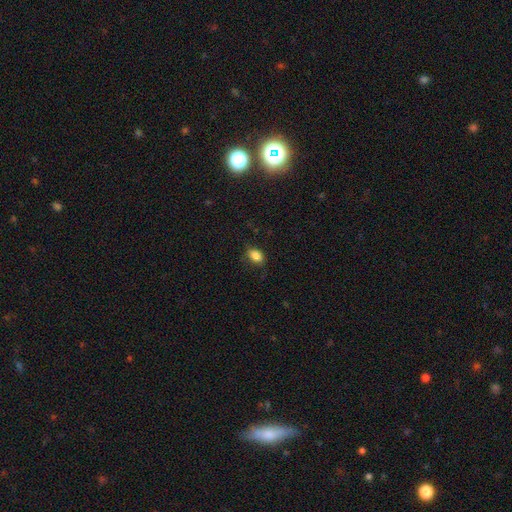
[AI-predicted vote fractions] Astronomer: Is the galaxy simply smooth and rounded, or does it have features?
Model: smooth — 85%.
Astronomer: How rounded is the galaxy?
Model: in between — 79%.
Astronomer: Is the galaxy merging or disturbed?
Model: none — 76%.